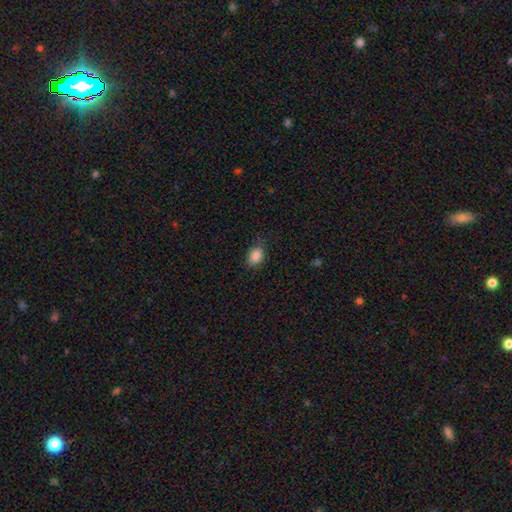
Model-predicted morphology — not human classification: This appears to be a smooth galaxy with no disk features (87%) that is in between round and cigar-shaped (78%). Merging: none (77%).